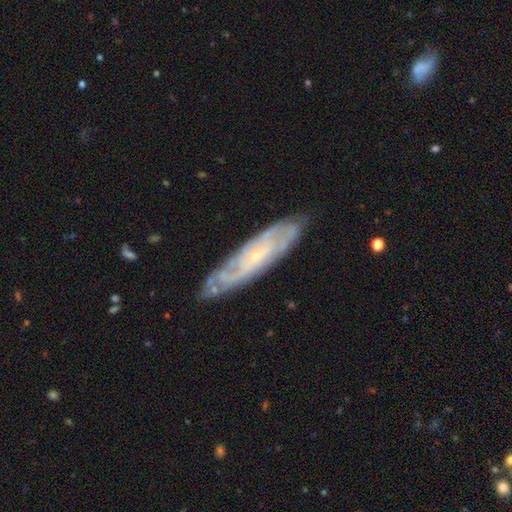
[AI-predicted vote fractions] smooth-or-featured: featured or disk: 78% | smooth: 15% | star or artifact: 6%
  disk-edge-on: no: 74% | yes: 26%
    bar: no: 67% | weak: 26% | strong: 7%
    has-spiral-arms: yes: 91% | no: 9%
      spiral-winding: tight: 66% | medium: 27% | loose: 7%
      spiral-arm-count: can't tell: 51% | 2: 19% | 3: 11% | 4: 9% | more than 4: 5% | 1: 4%
    bulge-size: small: 81% | moderate: 13% | none: 4% | large: 1% | dominant: 1%
  merging: none: 79% | minor disturbance: 16% | major disturbance: 3% | merger: 2%